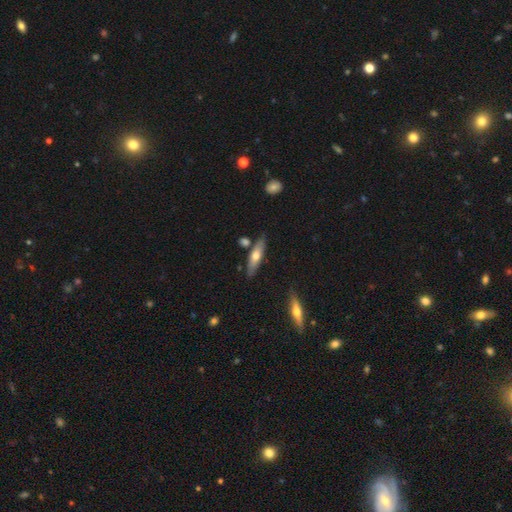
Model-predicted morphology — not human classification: type=smooth (52%); roundness=cigar-shaped (65%); merging=none (79%).